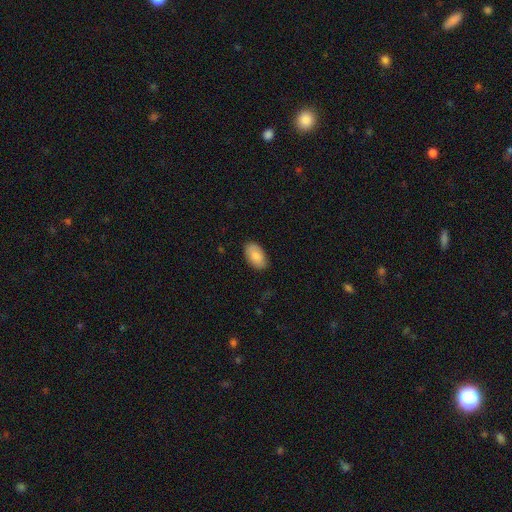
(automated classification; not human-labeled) A smooth galaxy with no disk features (85%) that is in between round and cigar-shaped (94%). Merging: none (86%).